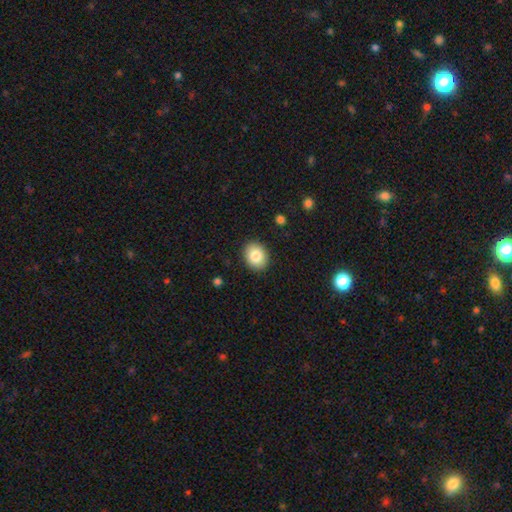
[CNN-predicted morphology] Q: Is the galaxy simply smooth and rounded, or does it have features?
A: smooth — 84%.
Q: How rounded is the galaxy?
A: in between — 51%.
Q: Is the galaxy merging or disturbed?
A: none — 90%.